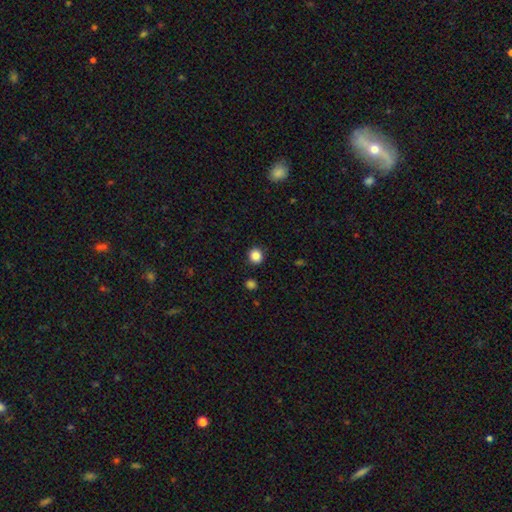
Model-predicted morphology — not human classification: smooth_or_featured: smooth (p=0.86) [alt: star or artifact p=0.11]
how_rounded: round (p=0.87) [alt: in between p=0.12]
merging: none (p=0.90) [alt: minor disturbance p=0.06]